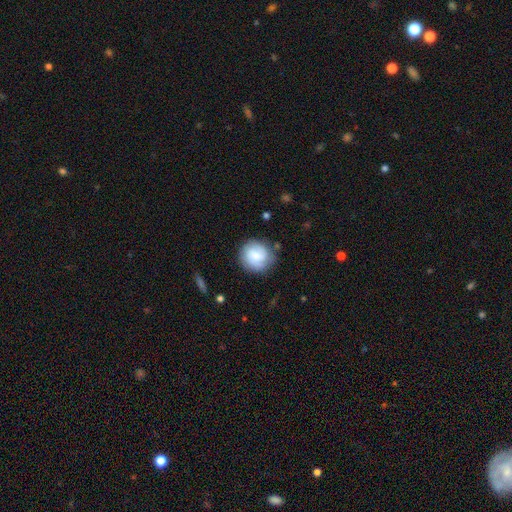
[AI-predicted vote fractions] Q: Smooth or featured?
A: smooth (57%); runner-up: featured or disk (36%)
Q: How rounded?
A: round (89%); runner-up: in between (10%)
Q: Merging?
A: none (80%); runner-up: minor disturbance (14%)